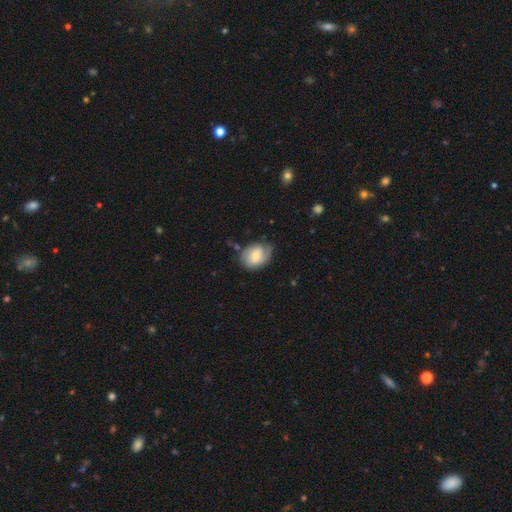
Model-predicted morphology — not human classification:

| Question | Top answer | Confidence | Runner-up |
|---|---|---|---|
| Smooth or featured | smooth | 55% | featured or disk (38%) |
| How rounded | in between | 60% | round (39%) |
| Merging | none | 62% | minor disturbance (27%) |